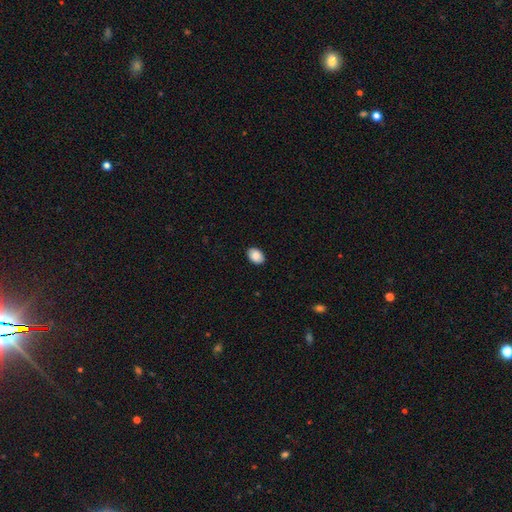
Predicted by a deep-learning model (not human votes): Smooth or featured? Predicted: smooth (p=0.87). How rounded? Predicted: in between (p=0.81). Merging? Predicted: none (p=0.89).